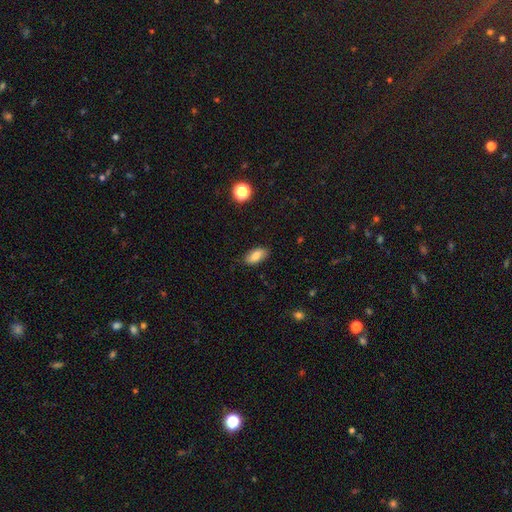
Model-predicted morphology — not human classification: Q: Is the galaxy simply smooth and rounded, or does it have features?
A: smooth — 77%.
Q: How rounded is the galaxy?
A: in between — 90%.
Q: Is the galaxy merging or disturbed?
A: none — 84%.